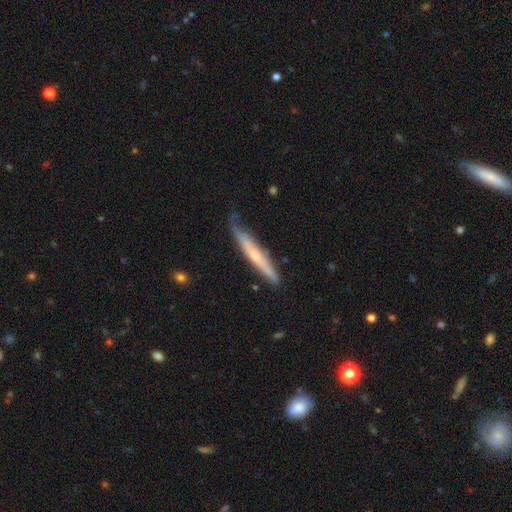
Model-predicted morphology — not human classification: Overall: featured or disk (51%; smooth 43%). Edge-on disk: yes (90%). Merging: none (70%).